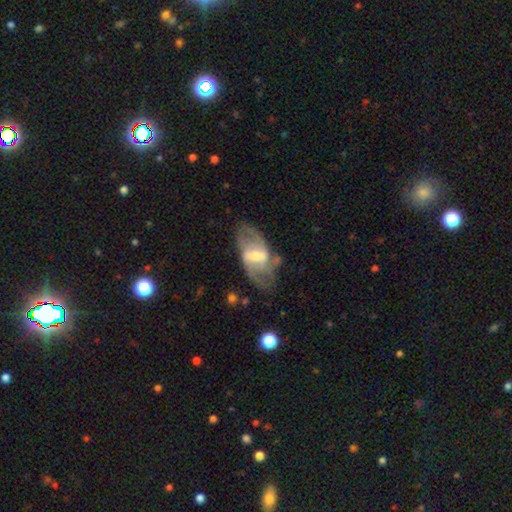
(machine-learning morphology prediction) smooth_or_featured: featured or disk (p=0.76) [alt: smooth p=0.18]
disk_edge_on: no (p=0.94) [alt: yes p=0.06]
bar: weak (p=0.45) [alt: strong p=0.42]
has_spiral_arms: yes (p=0.79) [alt: no p=0.21]
spiral_winding: medium (p=0.46) [alt: loose p=0.31]
spiral_arm_count: 2 (p=0.69) [alt: can't tell p=0.19]
bulge_size: small (p=0.46) [alt: moderate p=0.43]
merging: none (p=0.62) [alt: minor disturbance p=0.21]